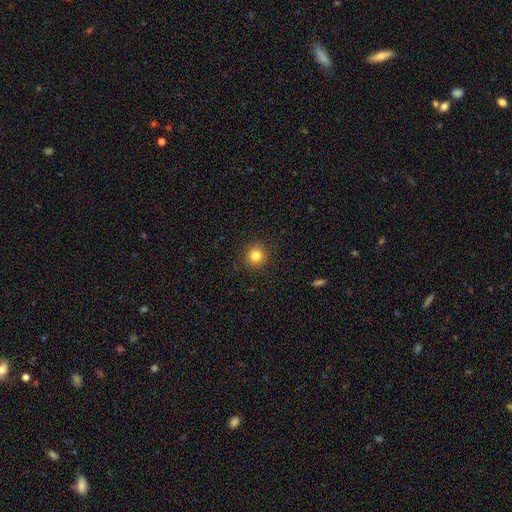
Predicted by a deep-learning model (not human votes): This is clearly a smooth galaxy (82%). How rounded: clearly round (93%). Merging: clearly none (91%).